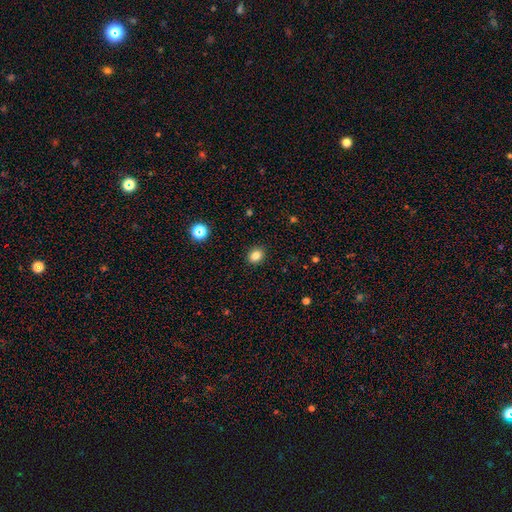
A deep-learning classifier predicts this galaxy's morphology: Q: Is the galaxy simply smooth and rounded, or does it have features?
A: smooth — 83%.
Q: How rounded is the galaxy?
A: round — 55%.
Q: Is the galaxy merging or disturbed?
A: none — 90%.